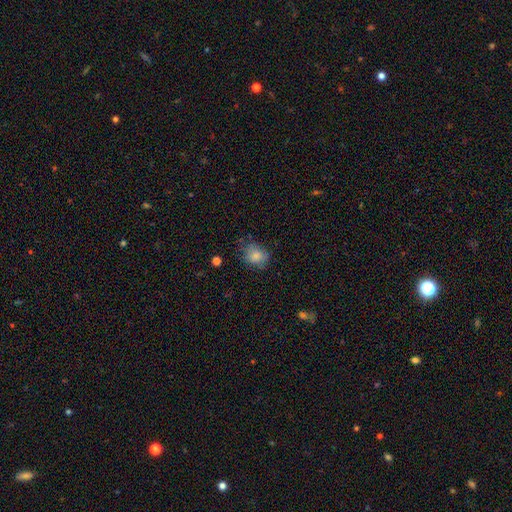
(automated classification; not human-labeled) Smooth or featured?
  - smooth: 80% *
  - featured or disk: 11%
  - star or artifact: 10%
How rounded?
  - round: 55% *
  - in between: 44%
  - cigar-shaped: 1%
Merging?
  - none: 63% *
  - minor disturbance: 26%
  - major disturbance: 9%
  - merger: 2%